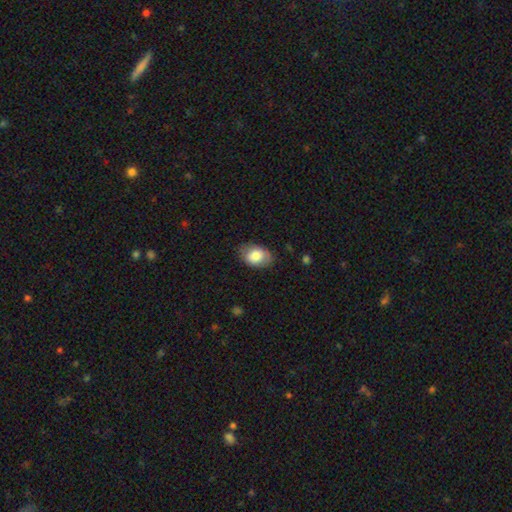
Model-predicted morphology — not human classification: A smooth galaxy with no disk features (79%) that is in between round and cigar-shaped (82%). Merging: none (78%).